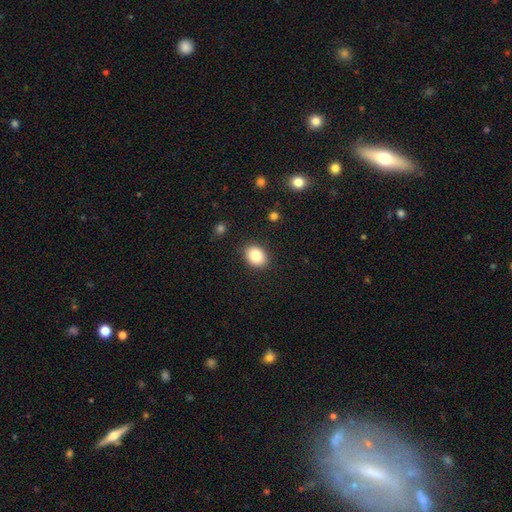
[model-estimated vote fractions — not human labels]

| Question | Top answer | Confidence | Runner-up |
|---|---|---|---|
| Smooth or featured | smooth | 84% | star or artifact (8%) |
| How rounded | in between | 60% | round (39%) |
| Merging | none | 88% | minor disturbance (8%) |